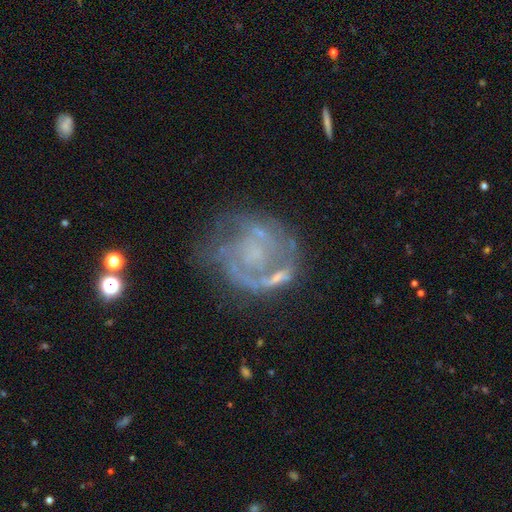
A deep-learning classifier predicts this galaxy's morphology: Smooth or featured: featured or disk — 79% (smooth — 12%)
Edge-on disk: no — 98% (yes — 2%)
Bar: no — 69% (weak — 25%)
Spiral arms: yes — 80% (no — 20%)
Spiral winding: tight — 43% (medium — 39%)
Spiral arm count: 2 — 40% (can't tell — 27%)
Bulge size: none — 53% (small — 30%)
Merging: none — 56% (minor disturbance — 20%)